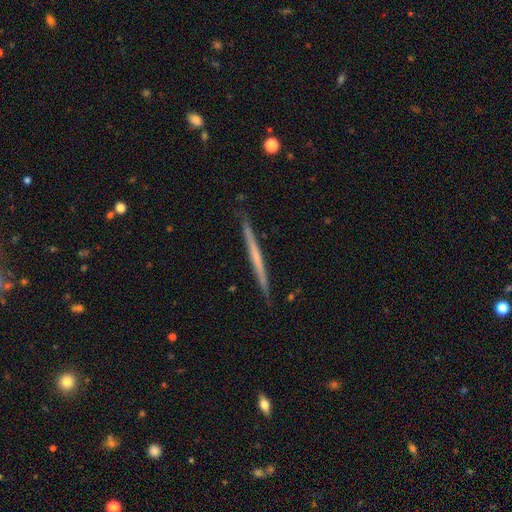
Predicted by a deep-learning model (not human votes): featured or disk 59%, smooth 36%, star or artifact 5%. Down the decision tree: edge-on disk — yes (98%); edge-on bulge — none (86%); merging — none (89%).